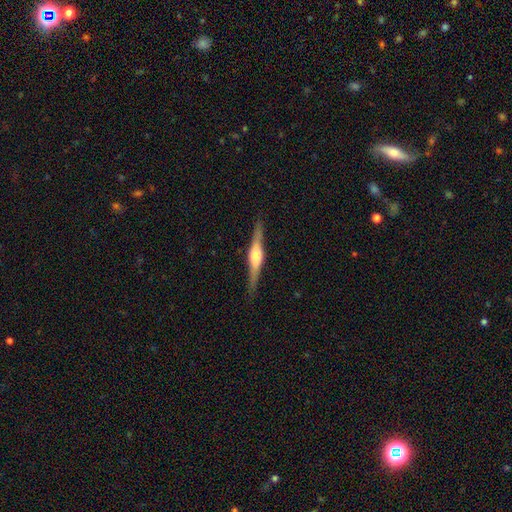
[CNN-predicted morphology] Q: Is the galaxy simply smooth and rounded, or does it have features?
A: featured or disk — 77%.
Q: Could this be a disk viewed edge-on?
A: yes — 98%.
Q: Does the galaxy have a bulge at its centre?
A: rounded — 88%.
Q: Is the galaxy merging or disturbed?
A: none — 88%.